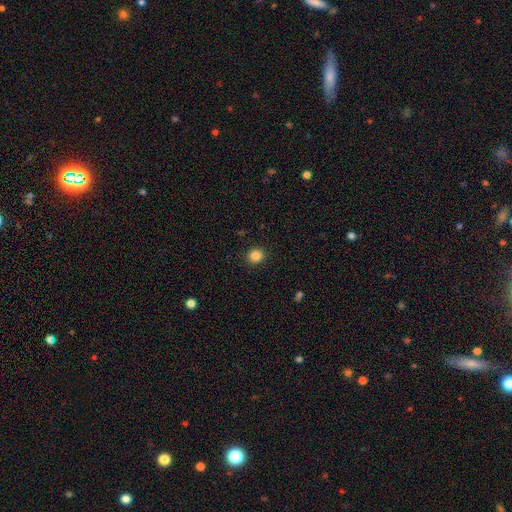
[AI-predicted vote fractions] A smooth galaxy with no disk features (85%) that is round (88%). Merging: none (92%).